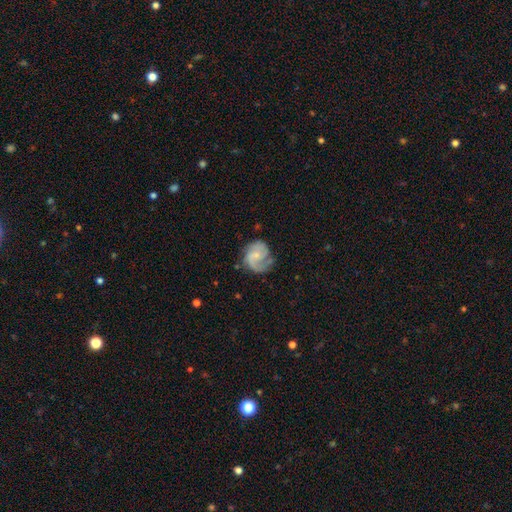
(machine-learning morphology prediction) smooth-or-featured: featured or disk: 78% | smooth: 17% | star or artifact: 6%
  disk-edge-on: no: 98% | yes: 2%
    bar: no: 54% | weak: 40% | strong: 6%
    has-spiral-arms: yes: 95% | no: 5%
      spiral-winding: medium: 48% | tight: 30% | loose: 22%
      spiral-arm-count: 2: 68% | 1: 11% | can't tell: 9% | 3: 9% | 4: 2% | more than 4: 2%
    bulge-size: small: 53% | moderate: 25% | none: 19% | large: 2% | dominant: 1%
  merging: none: 64% | minor disturbance: 22% | major disturbance: 12% | merger: 2%